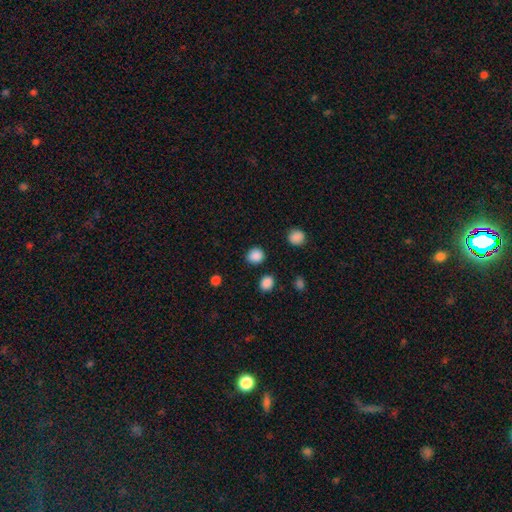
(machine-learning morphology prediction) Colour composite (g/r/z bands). It shows a smooth galaxy with no disk features (86%) that is round (83%). Merging: none (87%).